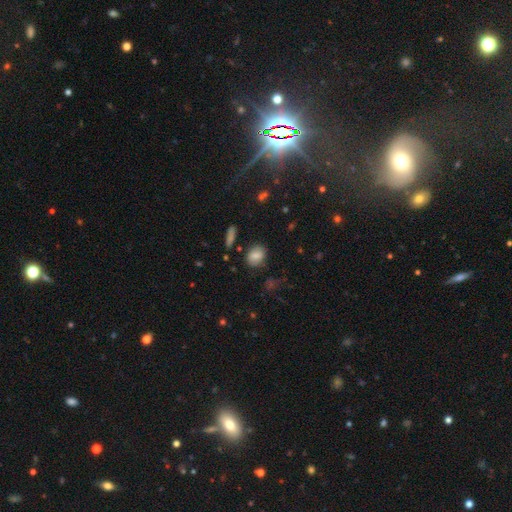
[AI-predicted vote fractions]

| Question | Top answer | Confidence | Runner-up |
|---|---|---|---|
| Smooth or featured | smooth | 79% | featured or disk (11%) |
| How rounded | in between | 58% | round (40%) |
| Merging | none | 79% | minor disturbance (14%) |